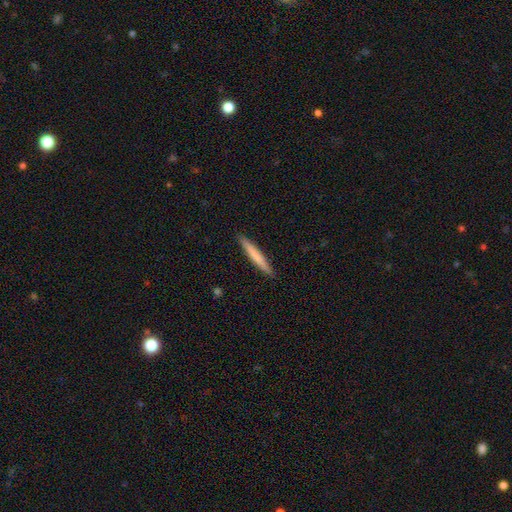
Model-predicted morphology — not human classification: A smooth galaxy with no disk features (71%) that is cigar-shaped (96%). Merging: none (92%).